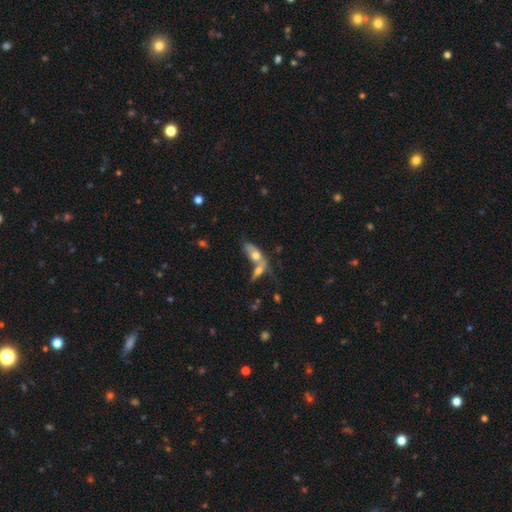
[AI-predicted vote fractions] Smooth or featured? smooth (56%)
How rounded? in between (73%)
Merging? merger (57%)